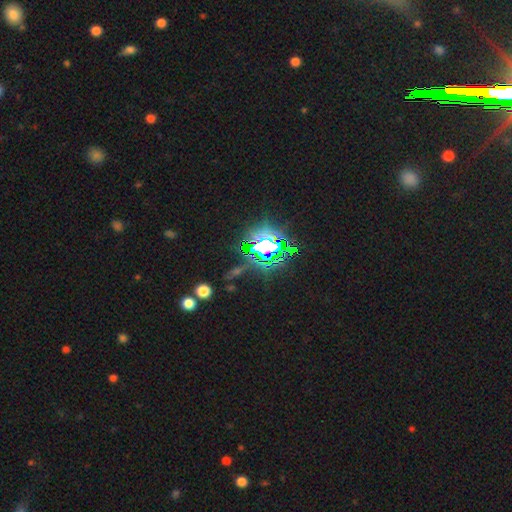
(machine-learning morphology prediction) Smooth or featured?
  - star or artifact: 81% *
  - smooth: 11%
  - featured or disk: 8%